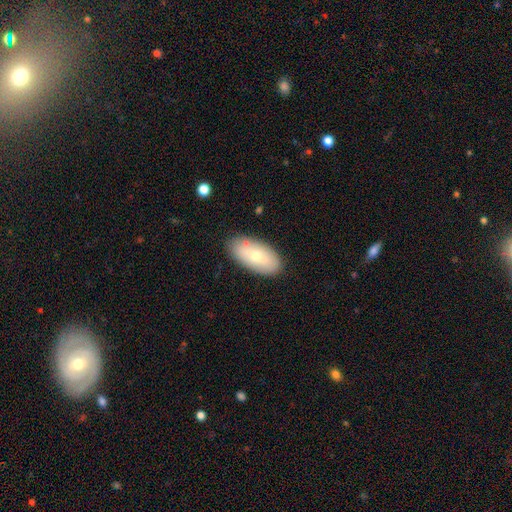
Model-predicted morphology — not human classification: Smooth or featured? smooth (69%)
How rounded? in between (93%)
Merging? none (84%)